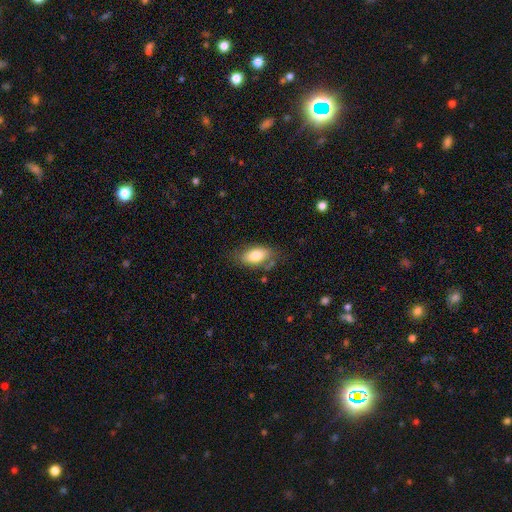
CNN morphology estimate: Smooth or featured: smooth — 76% (featured or disk — 17%)
How rounded: in between — 90% (cigar-shaped — 5%)
Merging: none — 69% (minor disturbance — 20%)